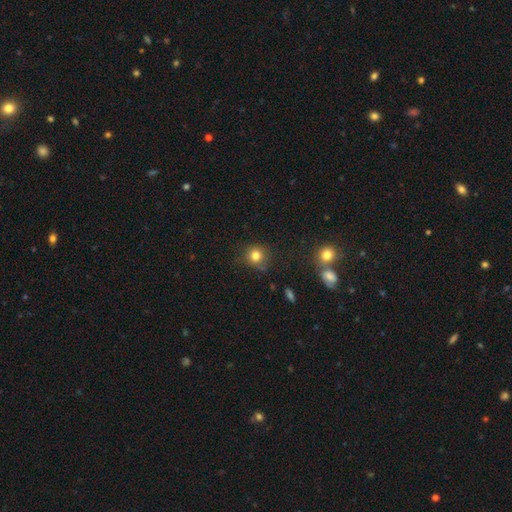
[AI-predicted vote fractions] A smooth galaxy with no disk features (80%) that is round (89%).

Vote fractions:
- Smooth or featured? smooth: 80% / star or artifact: 13% / featured or disk: 7%
- How rounded? round: 89% / in between: 10% / cigar-shaped: 1%
- Merging? none: 78% / minor disturbance: 15% / major disturbance: 4% / merger: 3%